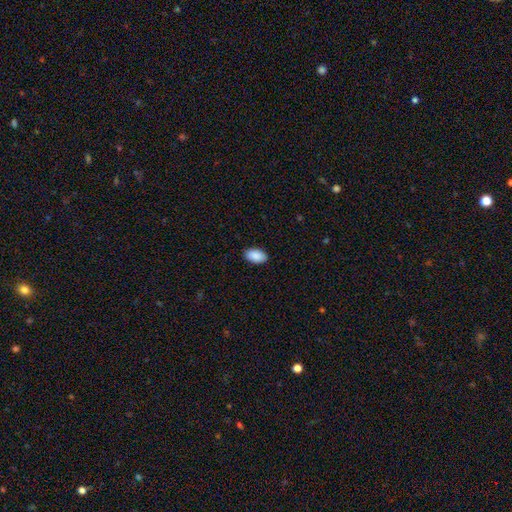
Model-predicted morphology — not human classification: A smooth galaxy with no disk features (91%) that is in between round and cigar-shaped (95%).

Vote fractions:
- Smooth or featured? smooth: 91% / star or artifact: 6% / featured or disk: 3%
- How rounded? in between: 95% / round: 4% / cigar-shaped: 1%
- Merging? none: 89% / minor disturbance: 8% / major disturbance: 2% / merger: 1%